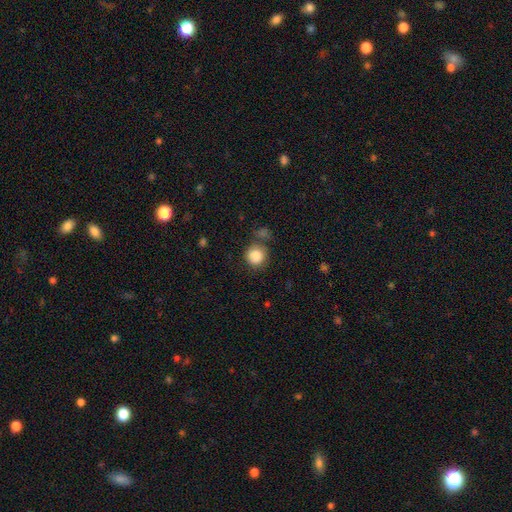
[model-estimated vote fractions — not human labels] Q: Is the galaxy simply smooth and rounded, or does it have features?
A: smooth — 87%.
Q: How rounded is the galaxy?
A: round — 88%.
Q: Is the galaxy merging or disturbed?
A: none — 71%.